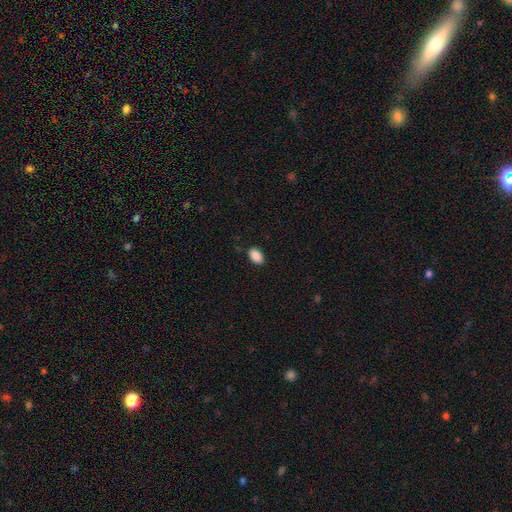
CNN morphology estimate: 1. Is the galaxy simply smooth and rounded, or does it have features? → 90% smooth, 8% star or artifact, 3% featured or disk.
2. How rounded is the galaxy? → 89% in between, 10% round, 1% cigar-shaped.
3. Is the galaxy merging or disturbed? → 87% none, 9% minor disturbance, 2% major disturbance, 1% merger.